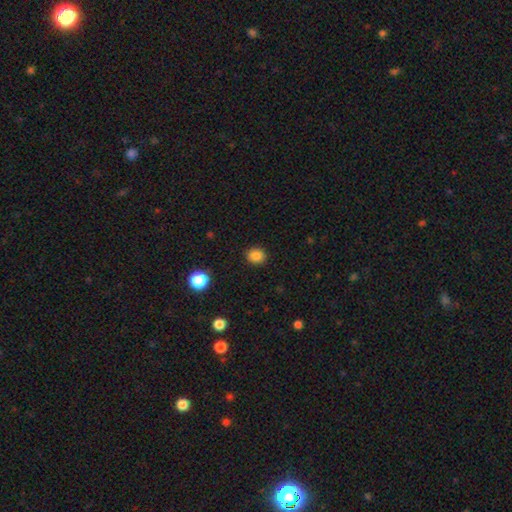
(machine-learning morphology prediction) This appears to be a smooth galaxy with no disk features (86%) that is round (73%). Merging: none (90%).